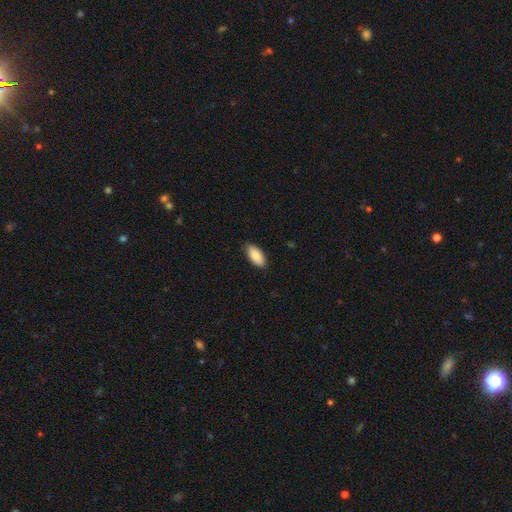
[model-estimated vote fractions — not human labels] A smooth galaxy with no disk features (85%) that is in between round and cigar-shaped (93%).

Vote fractions:
- Smooth or featured? smooth: 85% / featured or disk: 8% / star or artifact: 6%
- How rounded? in between: 93% / cigar-shaped: 4% / round: 2%
- Merging? none: 85% / minor disturbance: 12% / major disturbance: 2% / merger: 1%